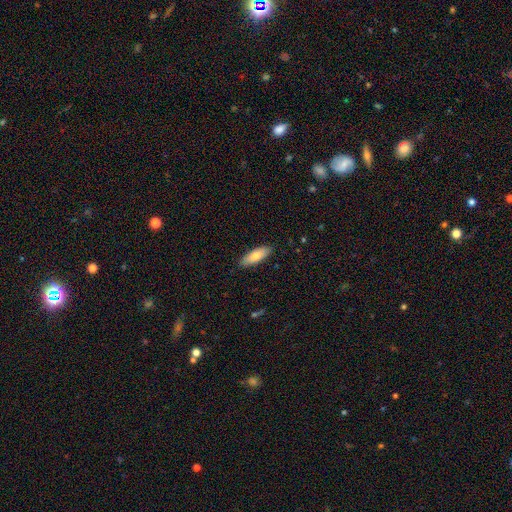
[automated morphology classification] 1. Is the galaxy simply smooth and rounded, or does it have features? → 78% smooth, 17% featured or disk, 6% star or artifact.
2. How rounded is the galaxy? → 63% in between, 35% cigar-shaped, 2% round.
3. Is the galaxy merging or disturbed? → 88% none, 9% minor disturbance, 2% major disturbance, 1% merger.